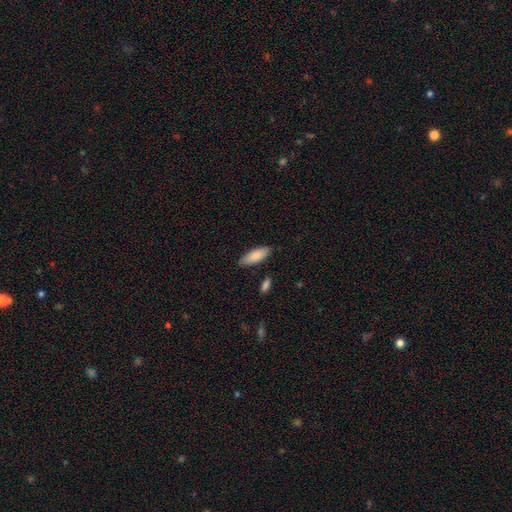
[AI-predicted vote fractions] smooth 85%, featured or disk 9%, star or artifact 6%. Down the decision tree: how rounded — in between (75%); merging — none (84%).